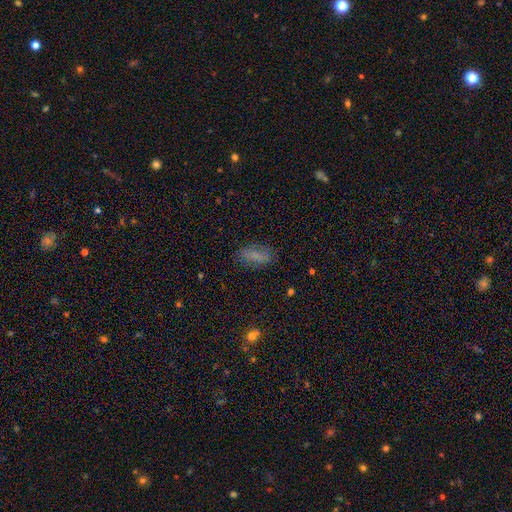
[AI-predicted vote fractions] Q: Smooth or featured?
A: smooth (72%); runner-up: featured or disk (15%)
Q: How rounded?
A: in between (84%); runner-up: cigar-shaped (12%)
Q: Merging?
A: none (79%); runner-up: minor disturbance (15%)